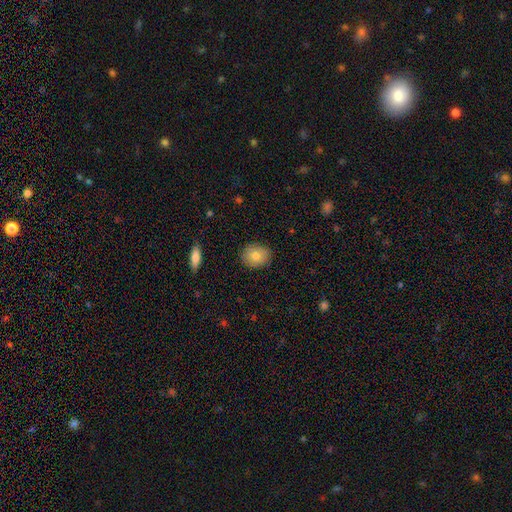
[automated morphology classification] Smooth or featured? Predicted: smooth (p=0.79). How rounded? Predicted: round (p=0.62). Merging? Predicted: none (p=0.88).